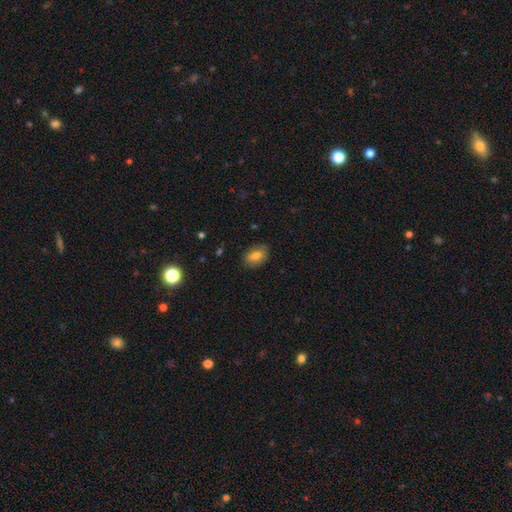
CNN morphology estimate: This appears to be a smooth galaxy with no disk features (82%) that is in between round and cigar-shaped (84%). Merging: none (83%).